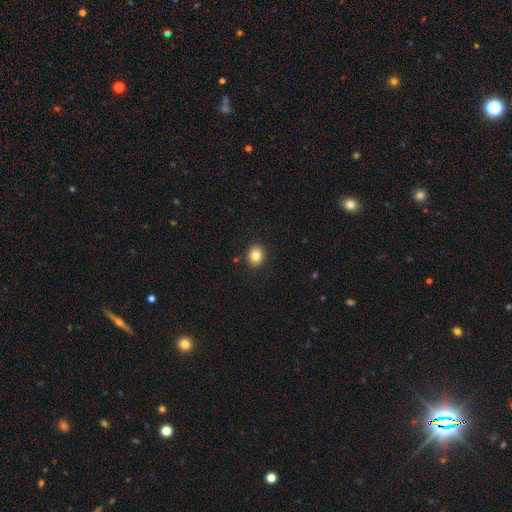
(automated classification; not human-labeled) This is clearly a smooth galaxy (84%). How rounded: likely round (63%). Merging: clearly none (90%).